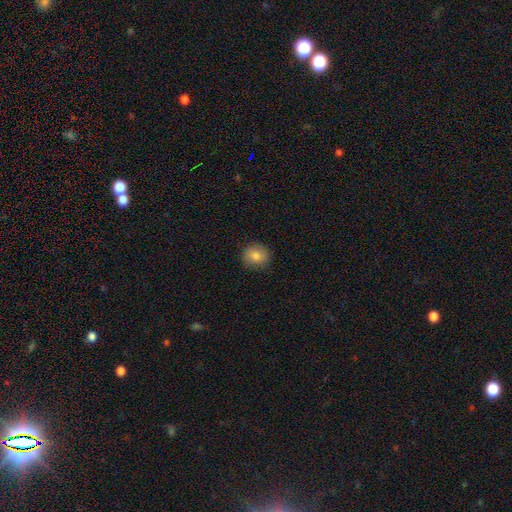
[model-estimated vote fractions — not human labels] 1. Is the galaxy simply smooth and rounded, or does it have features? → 81% smooth, 10% star or artifact, 10% featured or disk.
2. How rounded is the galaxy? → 75% round, 24% in between, 1% cigar-shaped.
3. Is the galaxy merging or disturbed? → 87% none, 10% minor disturbance, 2% major disturbance, 1% merger.